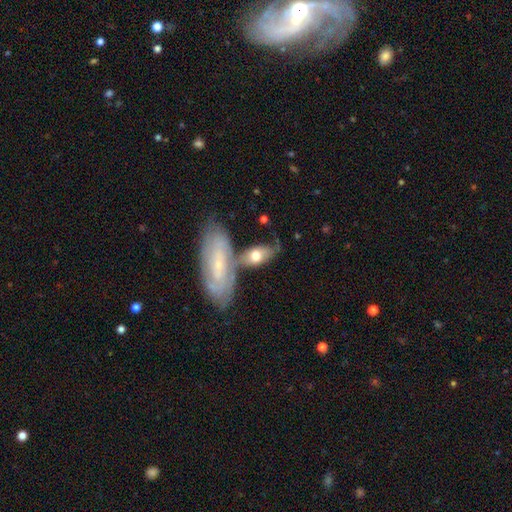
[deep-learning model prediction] Smooth or featured?
  - smooth: 52% *
  - featured or disk: 42%
  - star or artifact: 6%
How rounded?
  - in between: 82% *
  - cigar-shaped: 10%
  - round: 8%
Merging?
  - merger: 40% *
  - none: 37%
  - minor disturbance: 16%
  - major disturbance: 7%